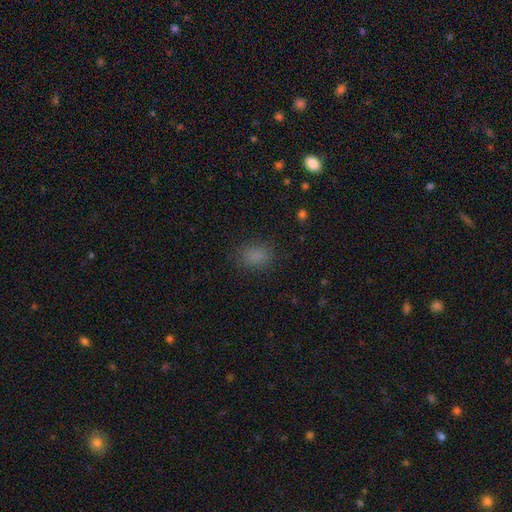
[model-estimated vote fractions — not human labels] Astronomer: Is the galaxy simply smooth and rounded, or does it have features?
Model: smooth — 82%.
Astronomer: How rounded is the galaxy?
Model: in between — 70%.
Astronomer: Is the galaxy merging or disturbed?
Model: none — 83%.